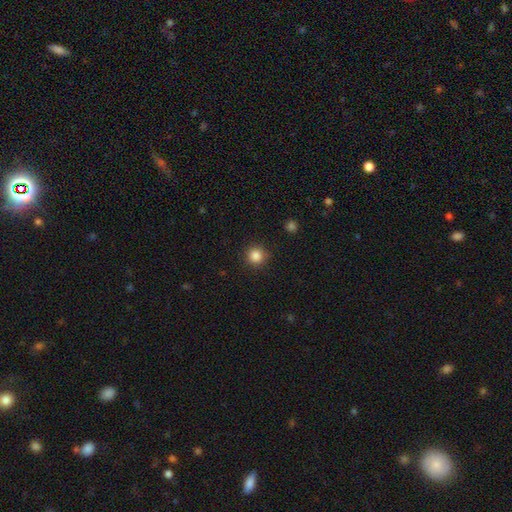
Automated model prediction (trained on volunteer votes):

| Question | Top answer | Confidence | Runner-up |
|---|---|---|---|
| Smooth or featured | smooth | 85% | star or artifact (11%) |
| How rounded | round | 95% | in between (4%) |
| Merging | none | 90% | minor disturbance (6%) |